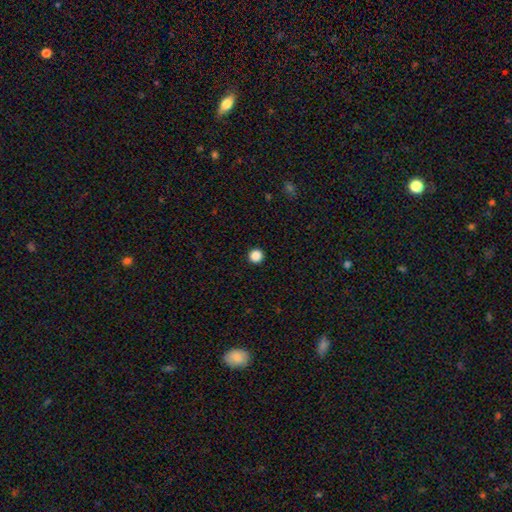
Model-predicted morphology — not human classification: smooth_or_featured: smooth (p=0.87) [alt: star or artifact p=0.10]
how_rounded: round (p=0.96) [alt: in between p=0.03]
merging: none (p=0.94) [alt: minor disturbance p=0.04]